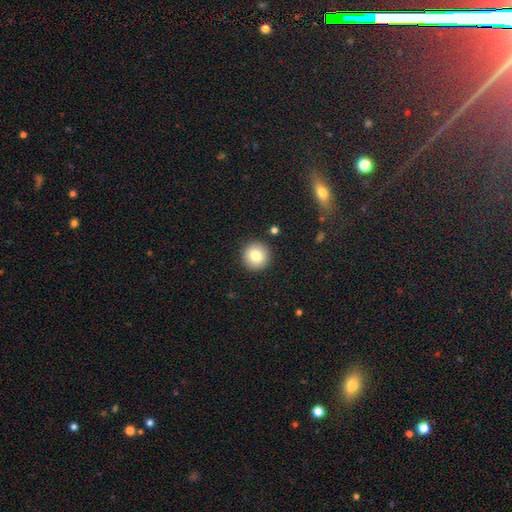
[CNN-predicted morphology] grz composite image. It shows a smooth galaxy with no disk features (81%) that is round (95%). Merging: none (91%).